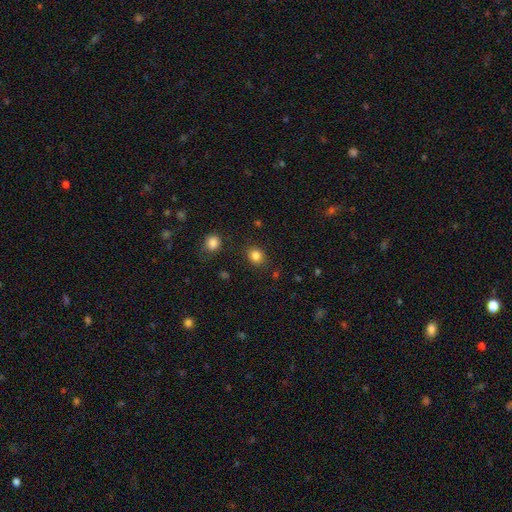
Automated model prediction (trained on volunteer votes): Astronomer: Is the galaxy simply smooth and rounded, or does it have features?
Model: smooth — 83%.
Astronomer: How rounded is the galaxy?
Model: round — 69%.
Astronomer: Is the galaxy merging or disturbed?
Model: none — 86%.